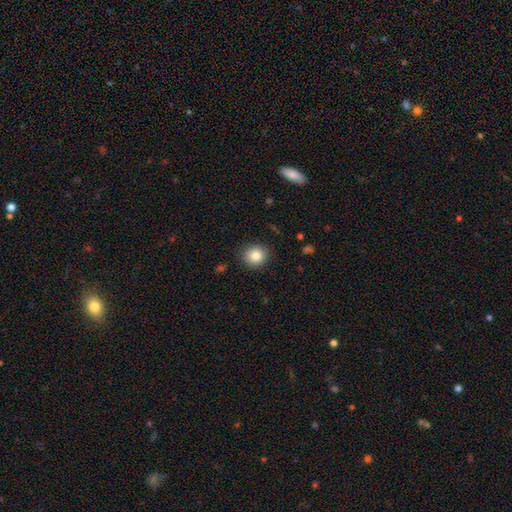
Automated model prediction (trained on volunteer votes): This appears to be a smooth galaxy with no disk features (83%) that is round (84%). Merging: none (89%).